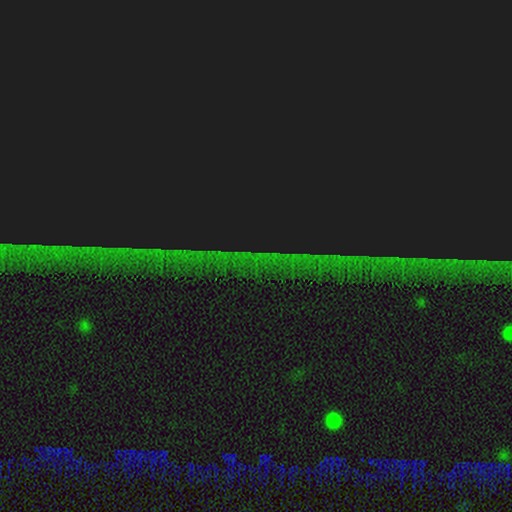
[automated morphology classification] Smooth or featured?
  - star or artifact: 87% *
  - featured or disk: 7%
  - smooth: 5%